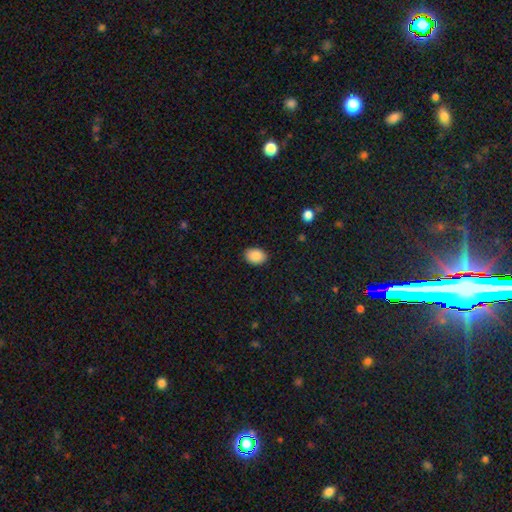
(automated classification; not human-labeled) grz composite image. It shows a smooth galaxy with no disk features (89%) that is in between round and cigar-shaped (79%). Merging: none (88%).